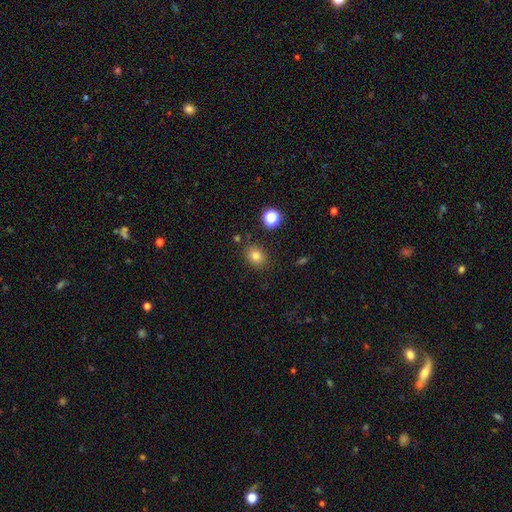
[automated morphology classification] Overall: smooth (80%). How rounded: round (52%; in between 47%). Merging: none (84%).